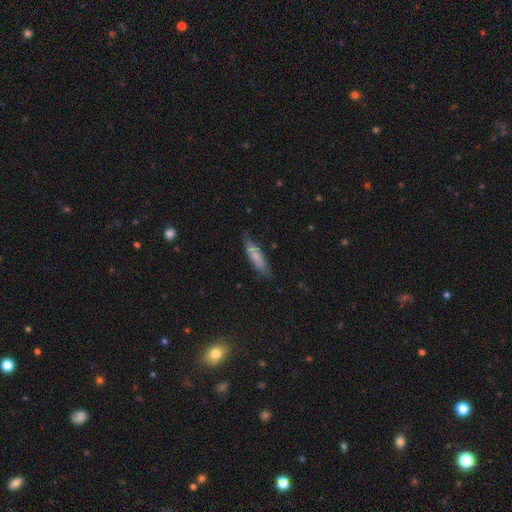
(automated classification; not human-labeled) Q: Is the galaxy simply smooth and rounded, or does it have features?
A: smooth — 61%.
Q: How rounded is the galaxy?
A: cigar-shaped — 64%.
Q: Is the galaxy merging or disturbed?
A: none — 75%.